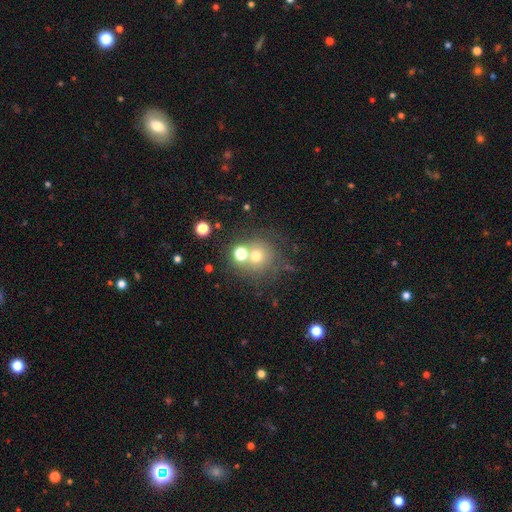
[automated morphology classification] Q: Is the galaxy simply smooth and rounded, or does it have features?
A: smooth — 65%.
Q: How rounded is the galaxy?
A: round — 90%.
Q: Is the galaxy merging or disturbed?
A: none — 56%.